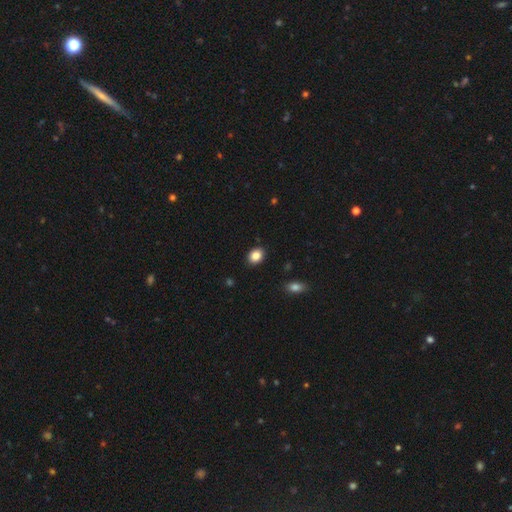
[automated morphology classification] A smooth galaxy with no disk features (86%) that is in between round and cigar-shaped (57%).

Vote fractions:
- Smooth or featured? smooth: 86% / star or artifact: 9% / featured or disk: 5%
- How rounded? in between: 57% / round: 42% / cigar-shaped: 1%
- Merging? none: 89% / minor disturbance: 8% / major disturbance: 2% / merger: 1%